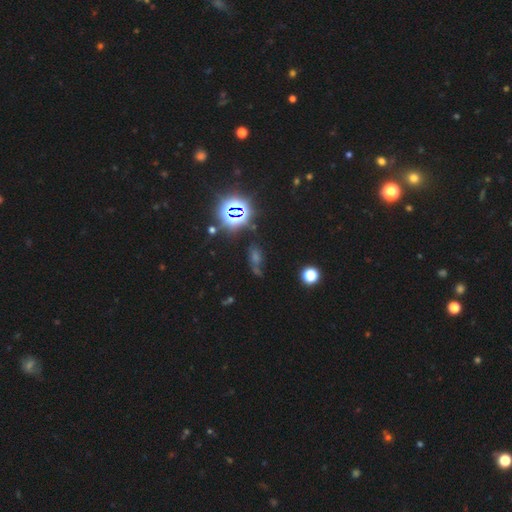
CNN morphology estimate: Smooth or featured? Predicted: star or artifact (p=0.53).